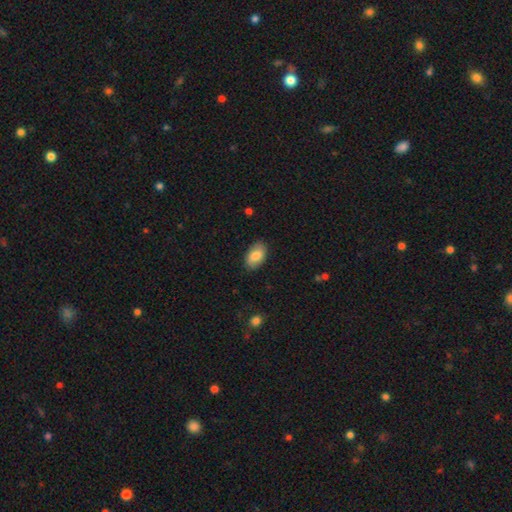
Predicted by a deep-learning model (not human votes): A smooth galaxy with no disk features (81%) that is in between round and cigar-shaped (93%).

Vote fractions:
- Smooth or featured? smooth: 81% / featured or disk: 13% / star or artifact: 6%
- How rounded? in between: 93% / round: 6% / cigar-shaped: 1%
- Merging? none: 85% / minor disturbance: 11% / major disturbance: 2% / merger: 1%